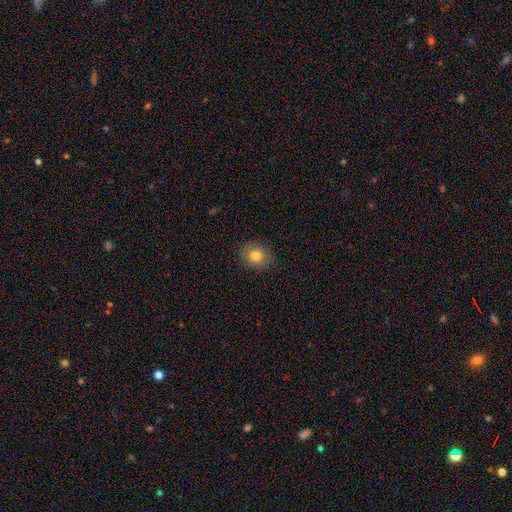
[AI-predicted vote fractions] Morphology: type=smooth (80%); roundness=round (64%); merging=none (87%).